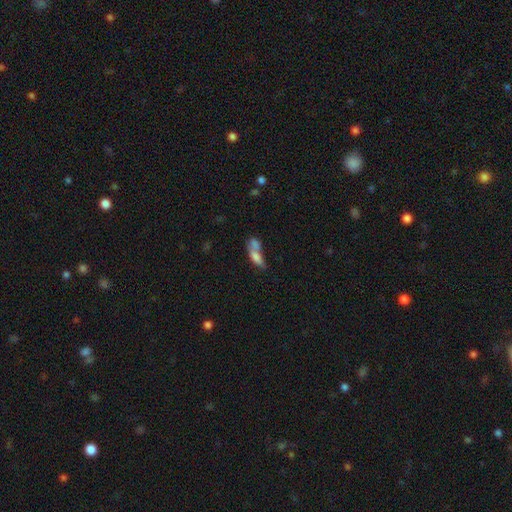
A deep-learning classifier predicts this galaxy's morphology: smooth 70%, featured or disk 21%, star or artifact 9%. Down the decision tree: how rounded — in between (68%); merging — merger (60%).